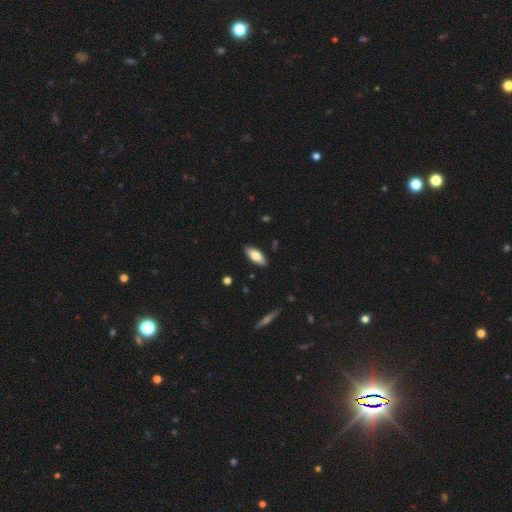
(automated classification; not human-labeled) Smooth or featured? smooth (74%)
How rounded? in between (82%)
Merging? none (88%)